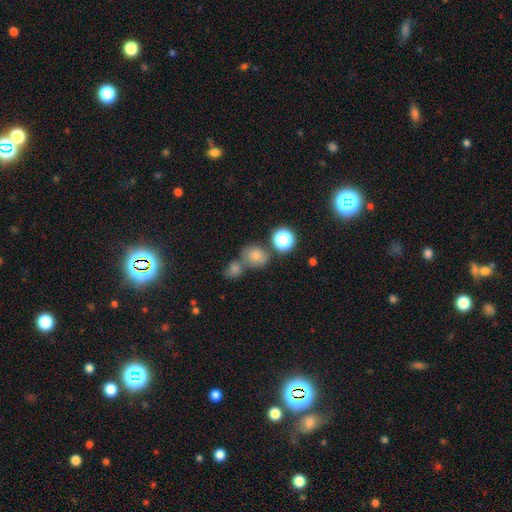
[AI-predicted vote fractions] Q: Smooth or featured?
A: smooth (75%); runner-up: star or artifact (16%)
Q: How rounded?
A: round (62%); runner-up: in between (36%)
Q: Merging?
A: none (49%); runner-up: merger (36%)